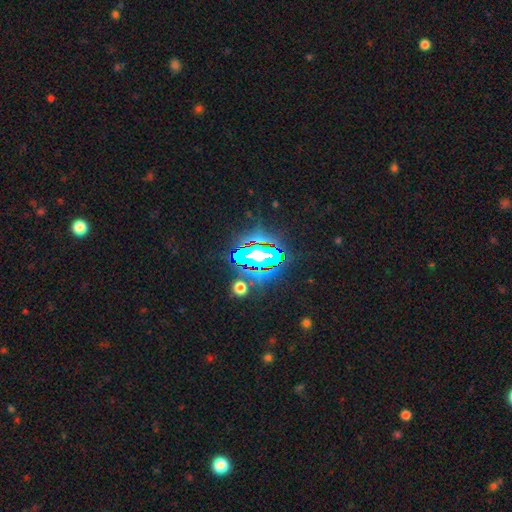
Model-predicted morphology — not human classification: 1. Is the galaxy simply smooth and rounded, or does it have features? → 70% star or artifact, 16% smooth, 14% featured or disk.